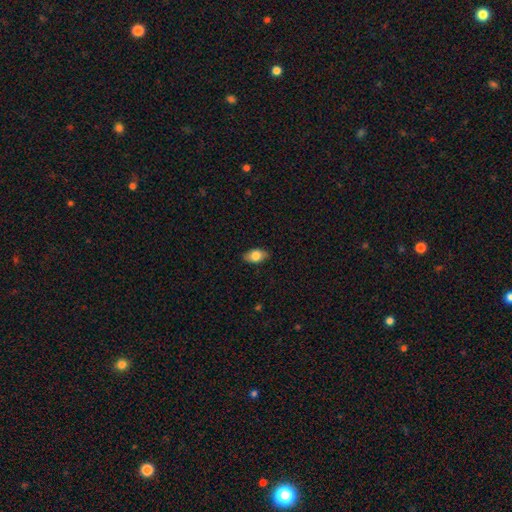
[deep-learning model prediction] The model was most divided on "smooth or featured": smooth: 80%, featured or disk: 13%, star or artifact: 7%. More confident: how rounded — in between (91%); merging — none (86%).